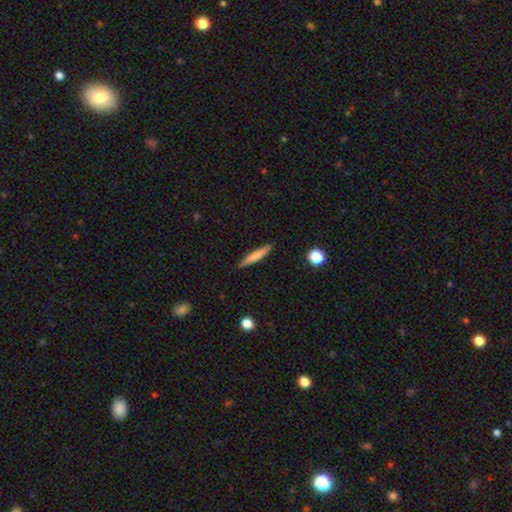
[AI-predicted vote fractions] Morphology: type=smooth (65%); roundness=cigar-shaped (93%); merging=none (89%).